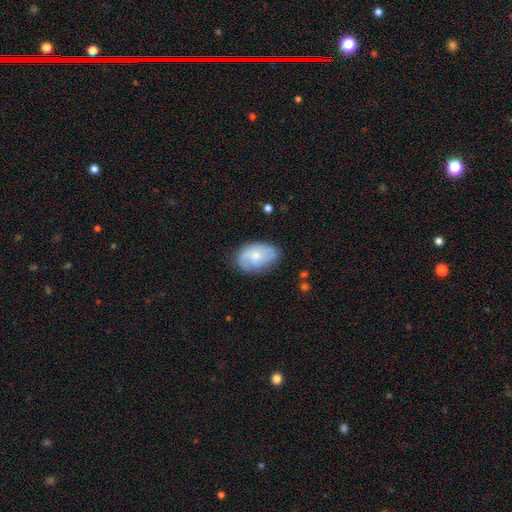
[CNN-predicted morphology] featured or disk 55%, smooth 38%, star or artifact 7%. Down the decision tree: edge-on disk — no (96%); bar — no (70%); spiral arms — yes (86%); bulge size — small (50%); merging — none (69%).